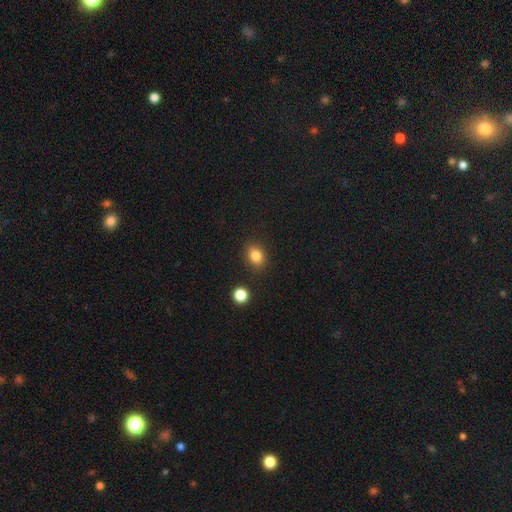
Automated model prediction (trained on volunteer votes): Smooth or featured? smooth (83%)
How rounded? in between (52%)
Merging? none (86%)